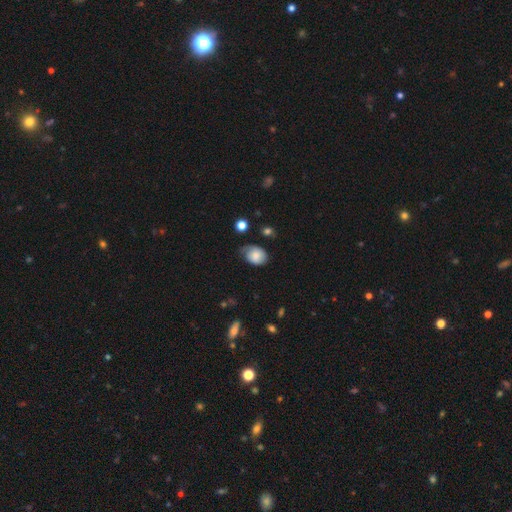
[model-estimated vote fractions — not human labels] smooth 69%, featured or disk 23%, star or artifact 8%. Down the decision tree: how rounded — in between (66%); merging — none (44%).